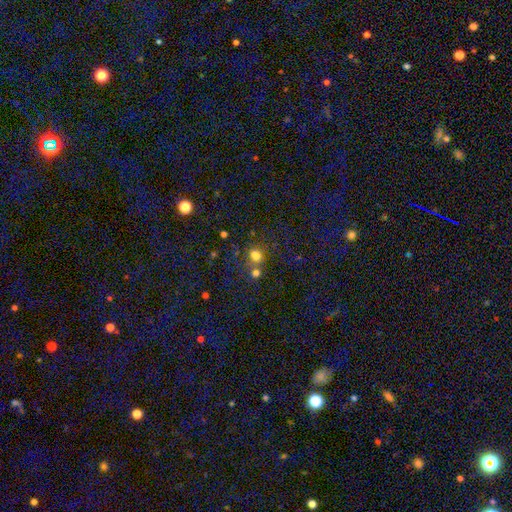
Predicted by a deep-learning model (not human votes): Smooth or featured: smooth — 73% (star or artifact — 19%)
How rounded: round — 56% (in between — 43%)
Merging: none — 52% (merger — 31%)